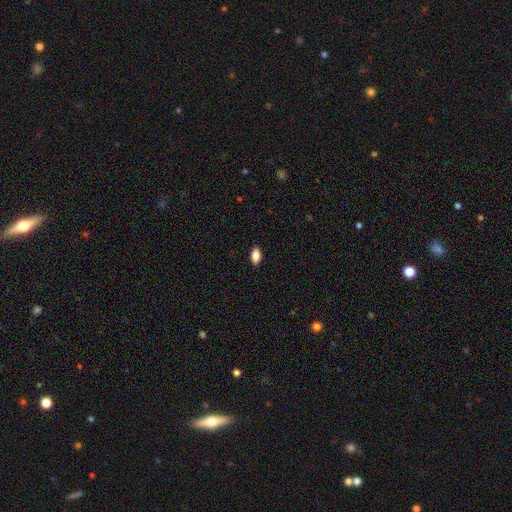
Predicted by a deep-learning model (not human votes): Morphology: type=smooth (85%); roundness=in between (91%); merging=none (89%).